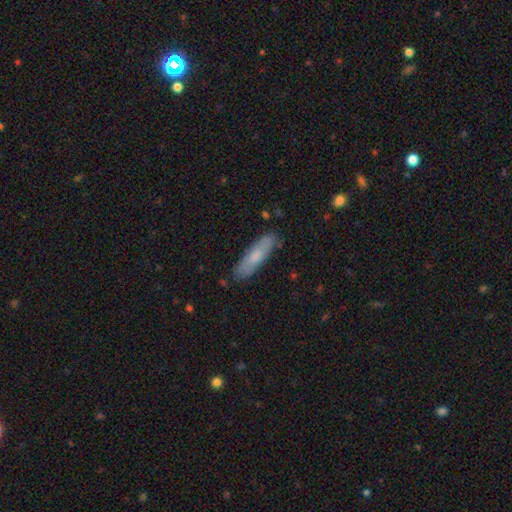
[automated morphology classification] Smooth or featured: smooth — 68% (featured or disk — 26%)
How rounded: cigar-shaped — 72% (in between — 26%)
Merging: none — 83% (minor disturbance — 13%)